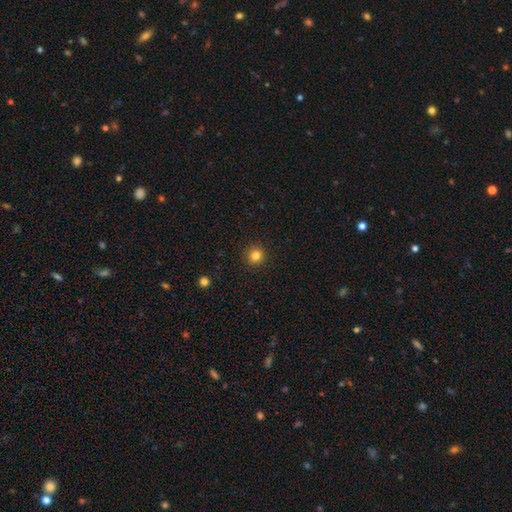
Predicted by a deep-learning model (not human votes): smooth-or-featured: smooth: 82% | star or artifact: 13% | featured or disk: 6%
  how-rounded: round: 93% | in between: 6% | cigar-shaped: 1%
  merging: none: 92% | minor disturbance: 5% | major disturbance: 2% | merger: 1%